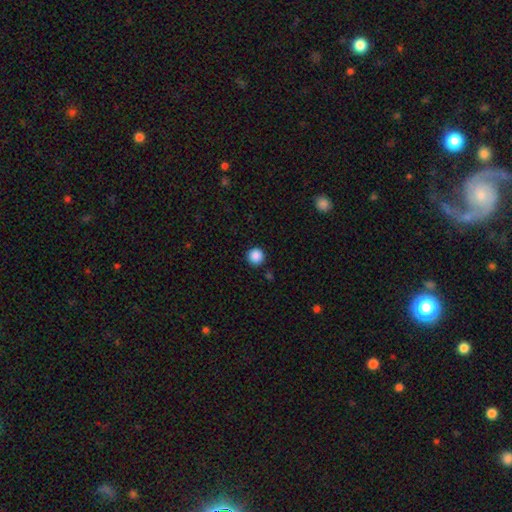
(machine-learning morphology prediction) This is clearly a smooth galaxy (87%). How rounded: clearly round (96%). Merging: clearly none (91%).